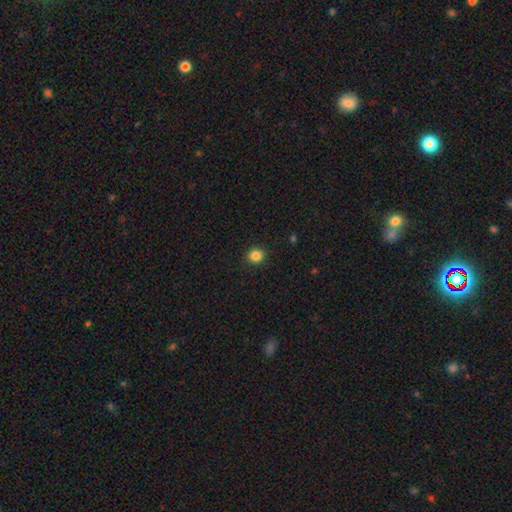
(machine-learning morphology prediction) Smooth or featured: smooth — 85% (star or artifact — 11%)
How rounded: round — 86% (in between — 13%)
Merging: none — 92% (minor disturbance — 5%)